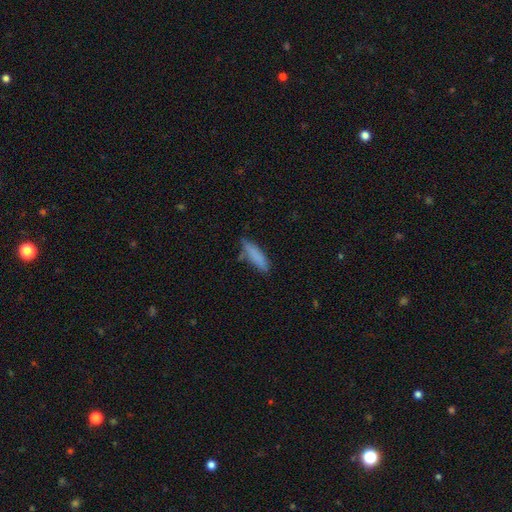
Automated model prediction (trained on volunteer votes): Morphology: type=smooth (82%); roundness=cigar-shaped (70%); merging=none (68%).